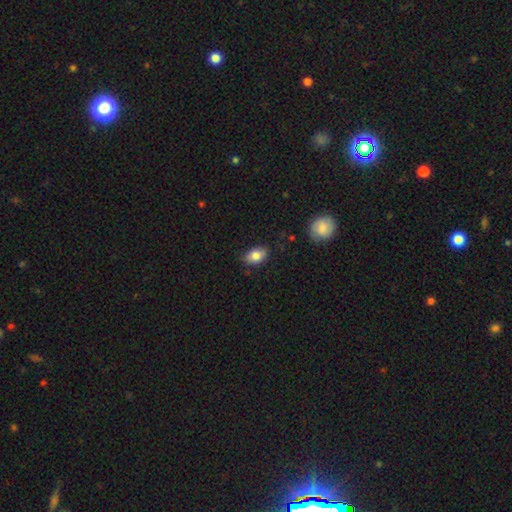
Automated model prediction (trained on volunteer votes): This appears to be a smooth galaxy with no disk features (82%) that is in between round and cigar-shaped (87%). Merging: none (80%).